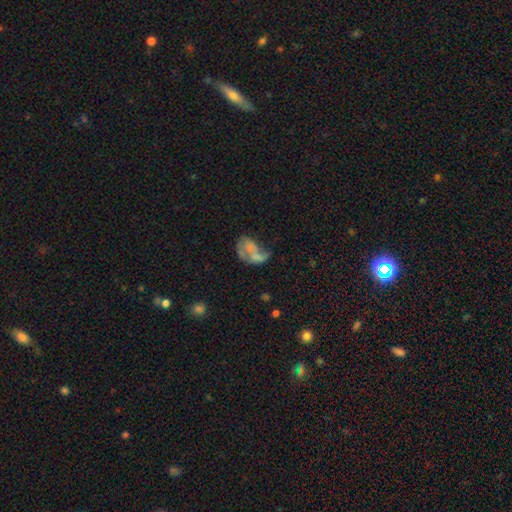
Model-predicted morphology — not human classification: Smooth or featured: featured or disk — 47% (smooth — 35%)
Merging: merger — 39% (major disturbance — 25%)